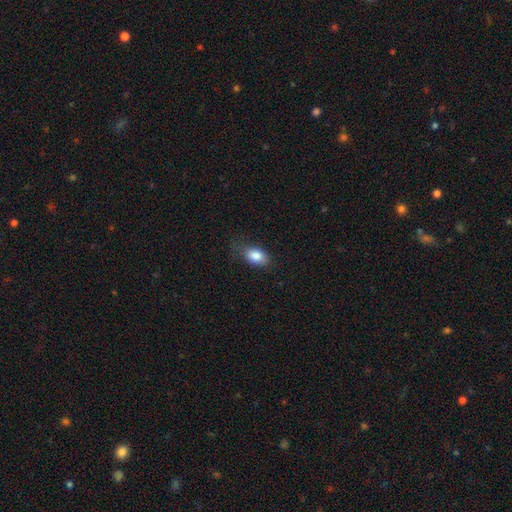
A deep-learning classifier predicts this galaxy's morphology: This is clearly a smooth galaxy (85%). How rounded: clearly in between (86%). Merging: likely none (66%).